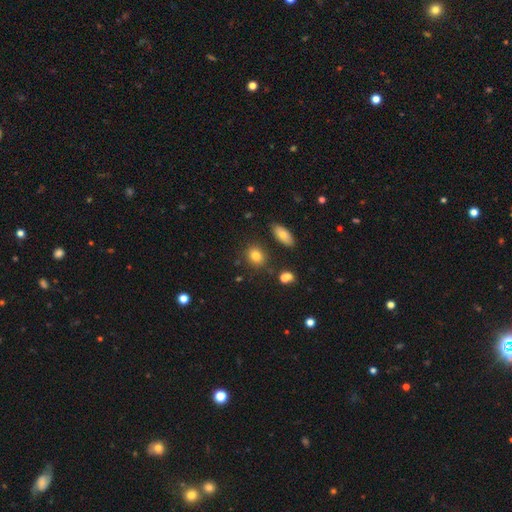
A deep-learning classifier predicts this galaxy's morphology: smooth-or-featured: smooth: 80% | star or artifact: 11% | featured or disk: 9%
  how-rounded: round: 51% | in between: 47% | cigar-shaped: 2%
  merging: none: 81% | minor disturbance: 11% | merger: 6% | major disturbance: 3%